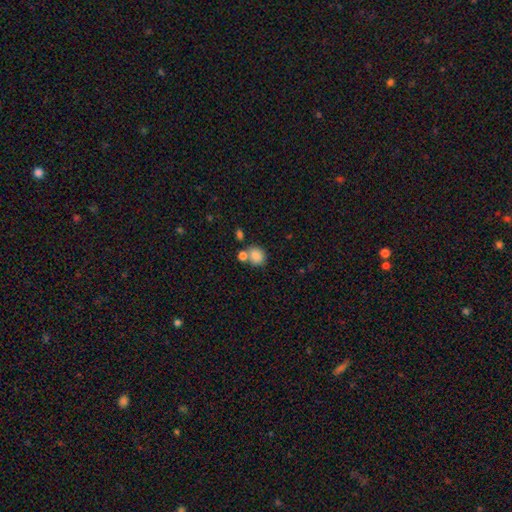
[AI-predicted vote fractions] This appears to be a smooth galaxy with no disk features (84%) that is round (72%). Merging: none (55%).